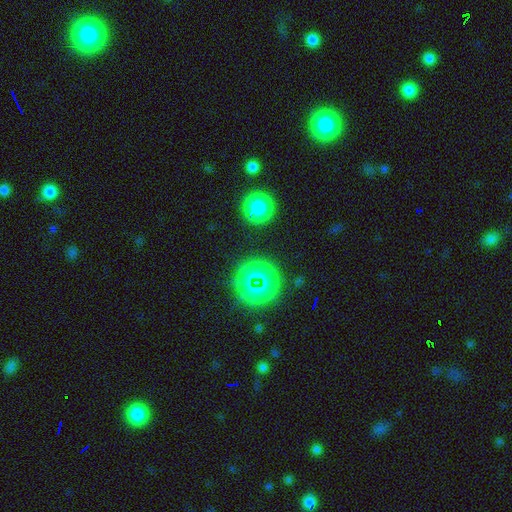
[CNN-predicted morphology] Q: Smooth or featured?
A: star or artifact (58%); runner-up: smooth (35%)